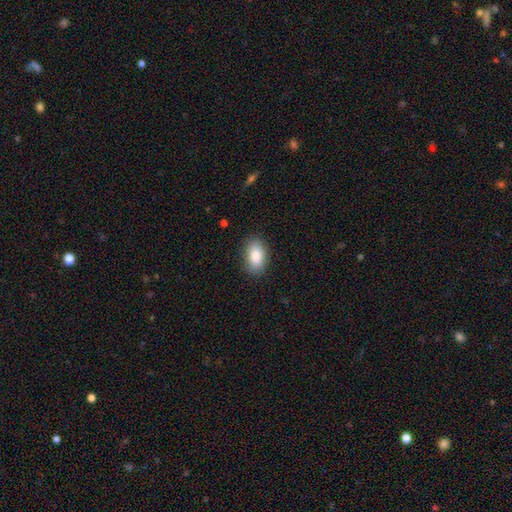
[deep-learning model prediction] Morphology: type=smooth (85%); roundness=in between (90%); merging=none (86%).